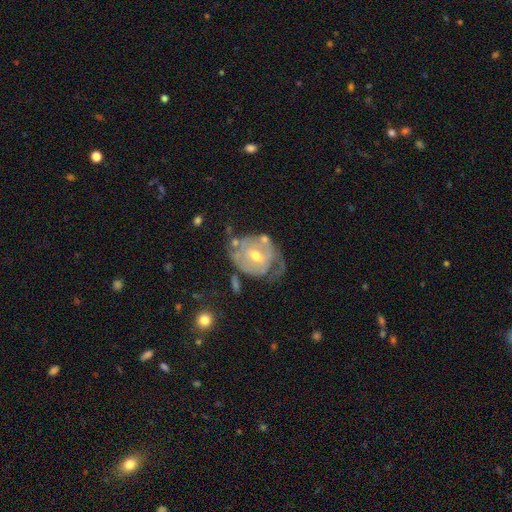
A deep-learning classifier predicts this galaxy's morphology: Smooth or featured? featured or disk (72%)
Edge-on disk? no (96%)
Bar? no (46%)
Spiral arms? yes (66%)
Bulge size? moderate (65%)
Merging? none (39%)